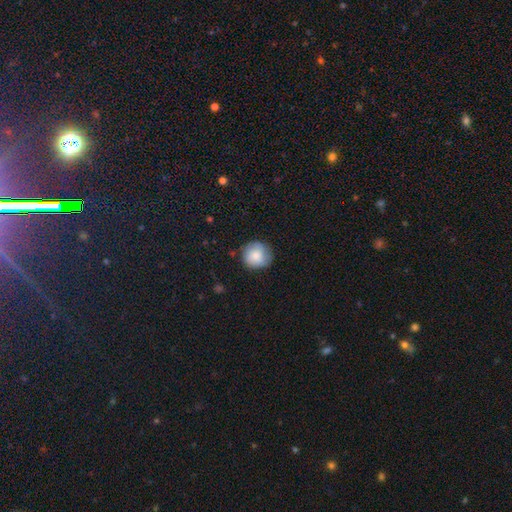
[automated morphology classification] smooth 76%, featured or disk 17%, star or artifact 7%. Down the decision tree: how rounded — round (92%); merging — none (78%).